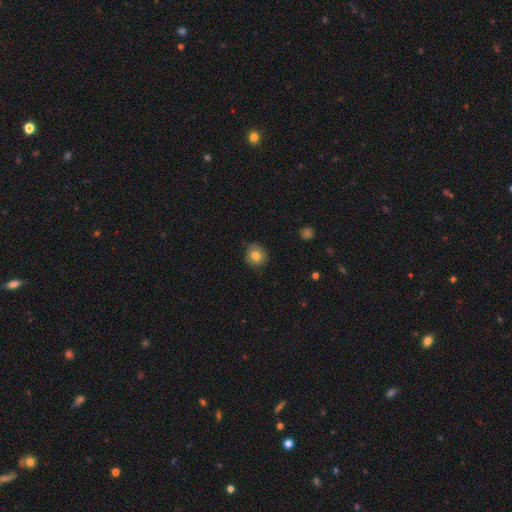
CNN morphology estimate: type=smooth (77%); roundness=round (89%); merging=none (83%).